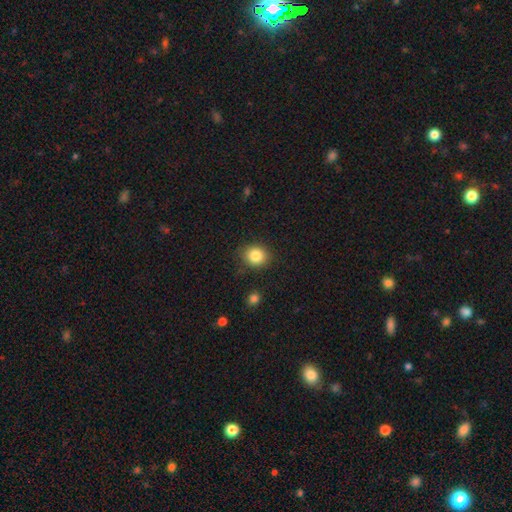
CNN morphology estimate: Overall: smooth (84%). How rounded: round (76%). Merging: none (86%).